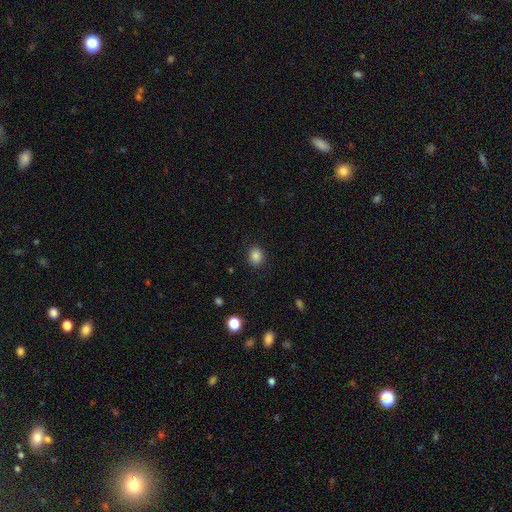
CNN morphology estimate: This appears to be a smooth galaxy with no disk features (85%) that is round (52%). Merging: none (88%).